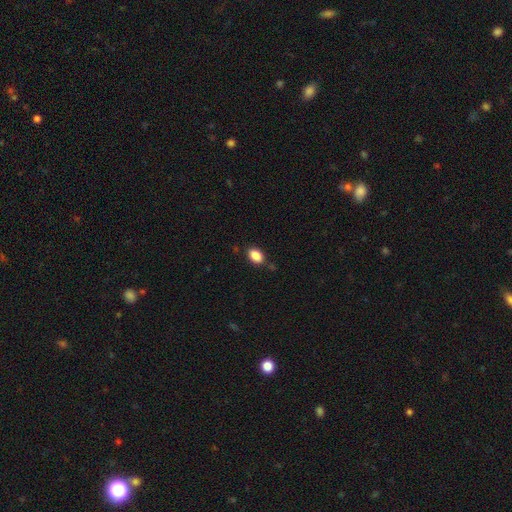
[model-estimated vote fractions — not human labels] smooth-or-featured: smooth: 87% | star or artifact: 8% | featured or disk: 4%
  how-rounded: in between: 85% | round: 13% | cigar-shaped: 1%
  merging: none: 84% | minor disturbance: 11% | major disturbance: 2% | merger: 2%